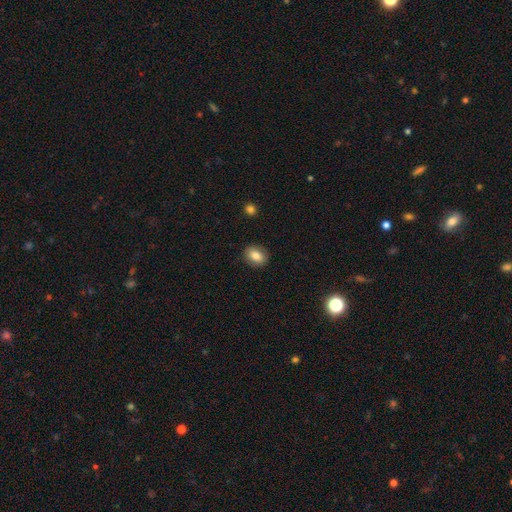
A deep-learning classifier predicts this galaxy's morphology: A smooth galaxy with no disk features (84%) that is in between round and cigar-shaped (66%).

Vote fractions:
- Smooth or featured? smooth: 84% / star or artifact: 8% / featured or disk: 8%
- How rounded? in between: 66% / round: 32% / cigar-shaped: 1%
- Merging? none: 87% / minor disturbance: 9% / major disturbance: 2% / merger: 1%